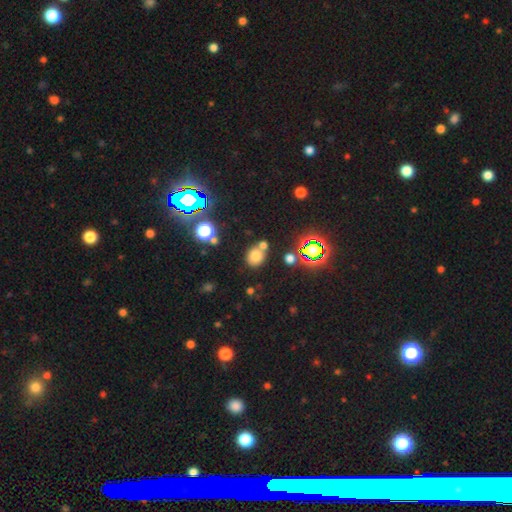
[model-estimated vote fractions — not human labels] Q: Smooth or featured?
A: smooth (72%); runner-up: star or artifact (20%)
Q: How rounded?
A: round (69%); runner-up: in between (30%)
Q: Merging?
A: none (63%); runner-up: merger (23%)